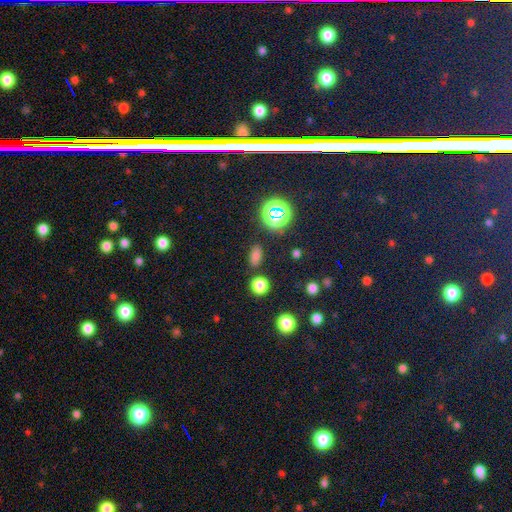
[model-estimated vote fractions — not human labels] Morphology: type=smooth (69%); roundness=in between (77%); merging=none (82%).